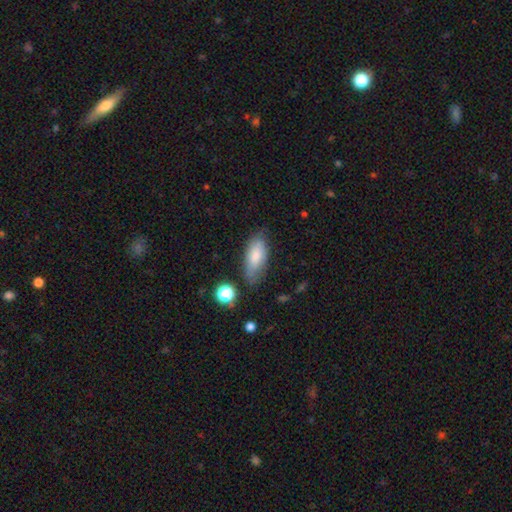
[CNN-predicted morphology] smooth 78%, featured or disk 14%, star or artifact 7%. Down the decision tree: how rounded — in between (84%); merging — none (68%).